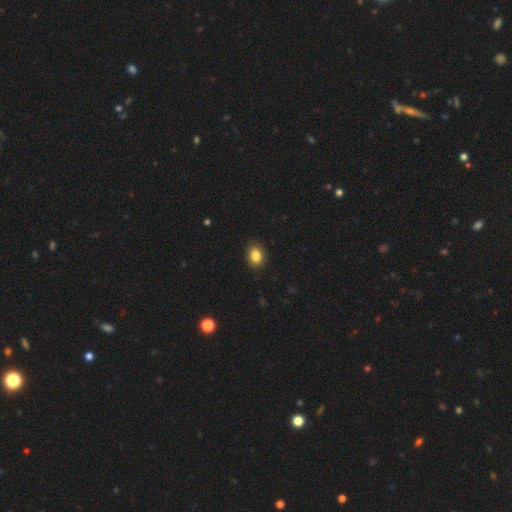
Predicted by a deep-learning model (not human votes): Smooth or featured?
  - smooth: 86% *
  - star or artifact: 9%
  - featured or disk: 5%
How rounded?
  - in between: 68% *
  - round: 31%
  - cigar-shaped: 1%
Merging?
  - none: 89% *
  - minor disturbance: 8%
  - major disturbance: 2%
  - merger: 1%